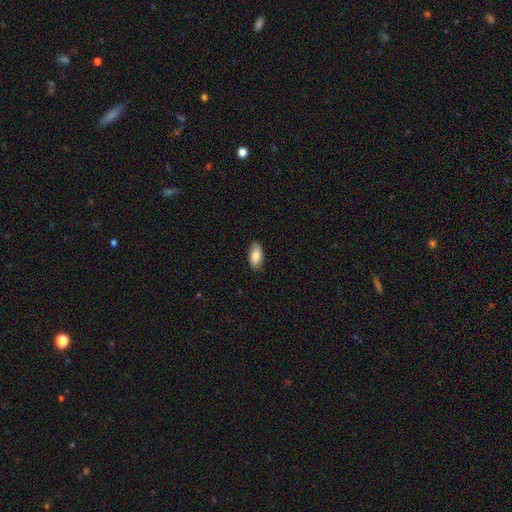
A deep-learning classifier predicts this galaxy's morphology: A smooth galaxy with no disk features (85%) that is in between round and cigar-shaped (92%).

Vote fractions:
- Smooth or featured? smooth: 85% / featured or disk: 9% / star or artifact: 6%
- How rounded? in between: 92% / cigar-shaped: 6% / round: 2%
- Merging? none: 85% / minor disturbance: 12% / major disturbance: 2% / merger: 1%